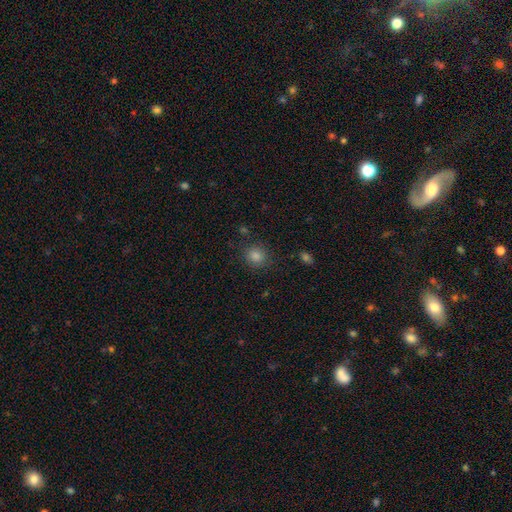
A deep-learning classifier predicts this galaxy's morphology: This is likely a smooth galaxy (79%). How rounded: clearly round (85%). Merging: clearly none (87%).